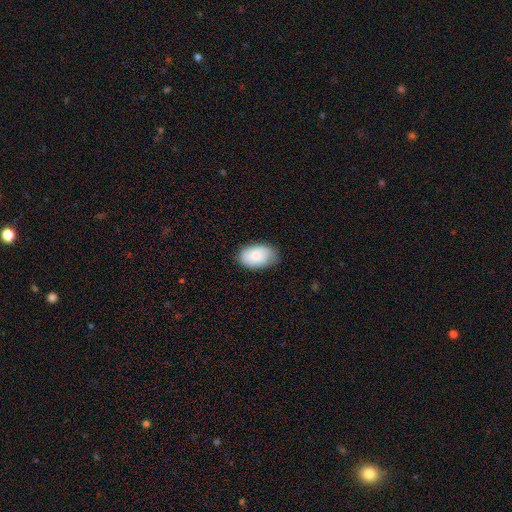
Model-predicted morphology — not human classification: Q: Smooth or featured?
A: smooth (77%); runner-up: featured or disk (16%)
Q: How rounded?
A: in between (91%); runner-up: round (8%)
Q: Merging?
A: none (78%); runner-up: minor disturbance (18%)